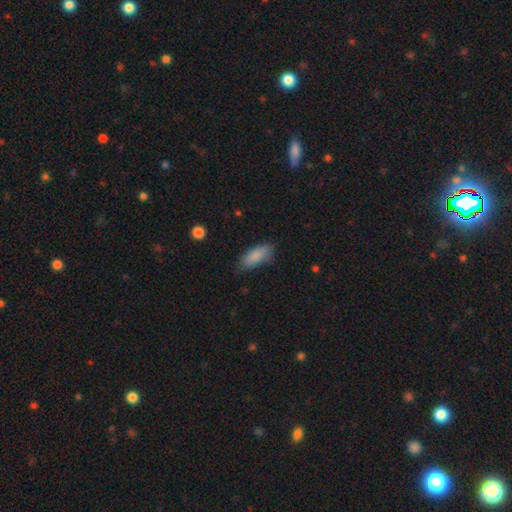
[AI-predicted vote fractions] smooth-or-featured: smooth: 86% | featured or disk: 7% | star or artifact: 7%
  how-rounded: in between: 80% | cigar-shaped: 18% | round: 2%
  merging: none: 69% | minor disturbance: 24% | major disturbance: 5% | merger: 2%